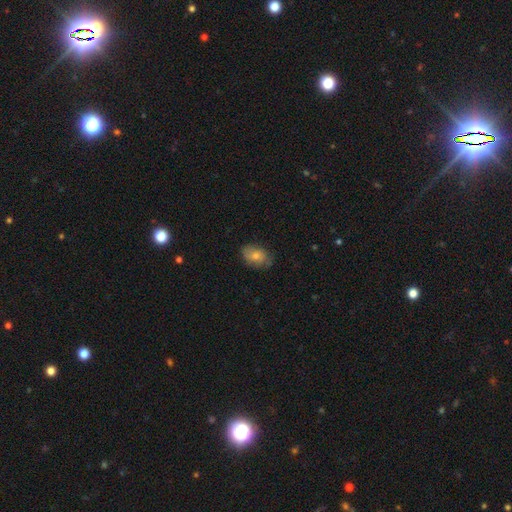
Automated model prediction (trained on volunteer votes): smooth-or-featured: smooth: 56% | featured or disk: 34% | star or artifact: 10%
  how-rounded: in between: 79% | round: 19% | cigar-shaped: 2%
  merging: none: 73% | minor disturbance: 20% | major disturbance: 5% | merger: 1%